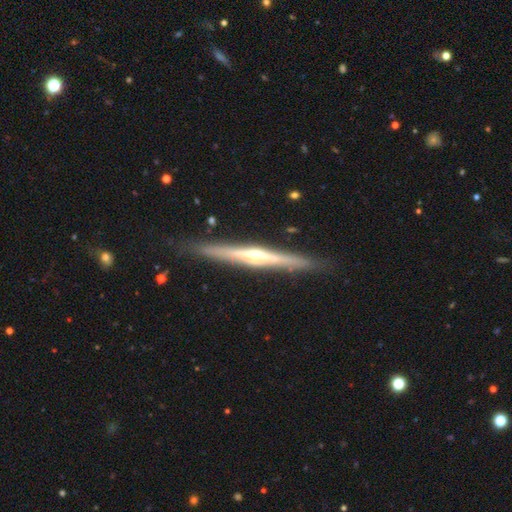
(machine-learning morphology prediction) smooth_or_featured: featured or disk (p=0.78) [alt: smooth p=0.16]
disk_edge_on: yes (p=0.98) [alt: no p=0.02]
edge_on_bulge: rounded (p=0.75) [alt: none p=0.18]
merging: none (p=0.89) [alt: minor disturbance p=0.08]